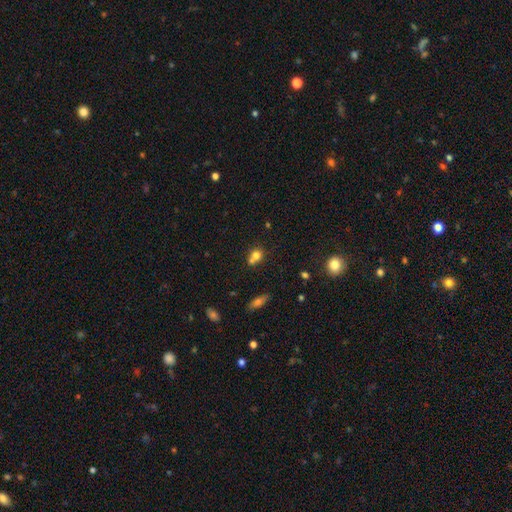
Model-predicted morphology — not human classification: Q: Smooth or featured?
A: smooth (73%); runner-up: featured or disk (14%)
Q: How rounded?
A: round (75%); runner-up: in between (24%)
Q: Merging?
A: merger (47%); runner-up: none (40%)